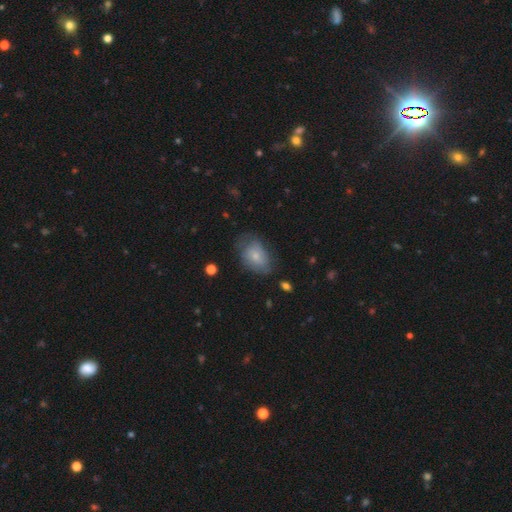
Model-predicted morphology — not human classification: Overall: smooth (65%; featured or disk 27%). How rounded: in between (79%). Merging: none (51%; minor disturbance 33%).